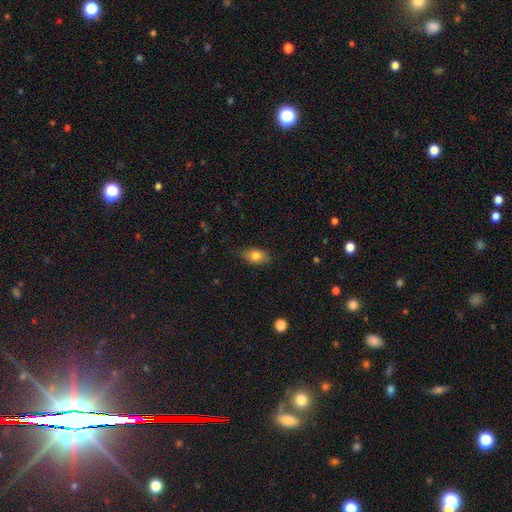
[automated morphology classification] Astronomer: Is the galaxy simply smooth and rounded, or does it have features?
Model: smooth — 78%.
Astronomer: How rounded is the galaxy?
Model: in between — 86%.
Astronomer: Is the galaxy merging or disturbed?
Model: none — 81%.